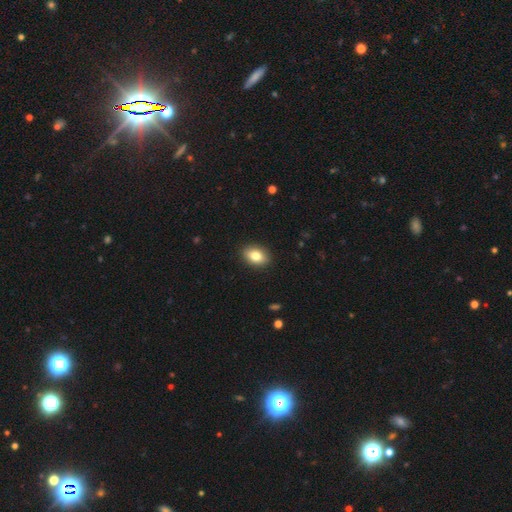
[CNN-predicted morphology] Smooth or featured: smooth — 82% (featured or disk — 10%)
How rounded: in between — 84% (round — 15%)
Merging: none — 90% (minor disturbance — 7%)